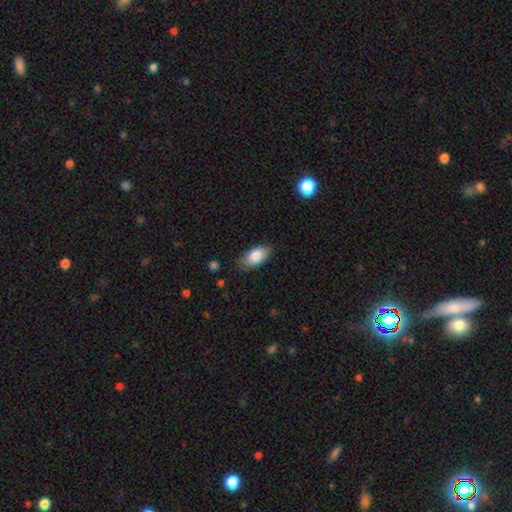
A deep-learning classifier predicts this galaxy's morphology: Overall: smooth (84%). How rounded: in between (93%). Merging: none (81%).